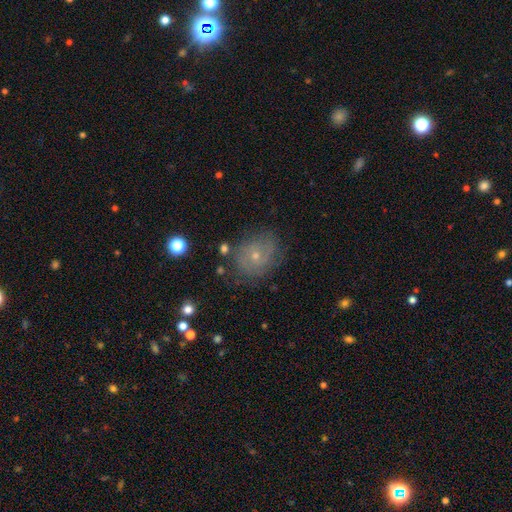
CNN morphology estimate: Overall: featured or disk (57%; smooth 31%). Edge-on disk: no (97%). Bar: no (78%). Spiral arms: yes (77%). Bulge size: small (70%). Merging: none (70%).